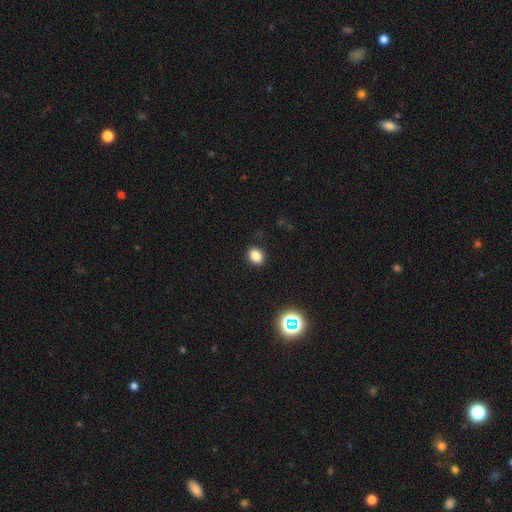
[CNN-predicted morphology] Smooth or featured? smooth (83%)
How rounded? in between (56%)
Merging? none (89%)